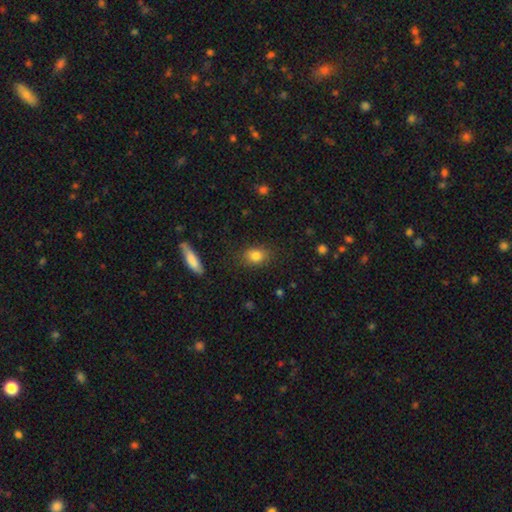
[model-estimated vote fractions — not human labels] A smooth galaxy with no disk features (82%) that is in between round and cigar-shaped (65%). Merging: none (82%).